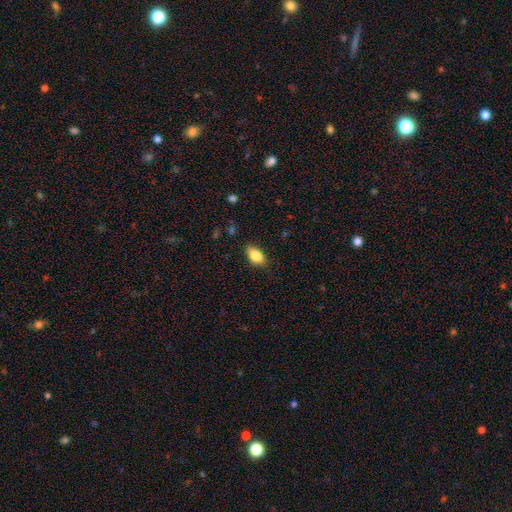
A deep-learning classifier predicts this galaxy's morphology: Smooth or featured?
  - smooth: 87% *
  - star or artifact: 8%
  - featured or disk: 6%
How rounded?
  - in between: 90% *
  - round: 7%
  - cigar-shaped: 3%
Merging?
  - none: 79% *
  - minor disturbance: 17%
  - major disturbance: 3%
  - merger: 1%